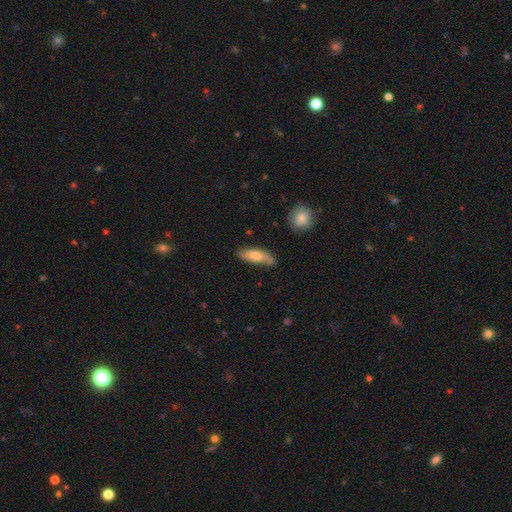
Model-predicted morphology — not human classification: type=smooth (65%); roundness=in between (66%); merging=none (62%).